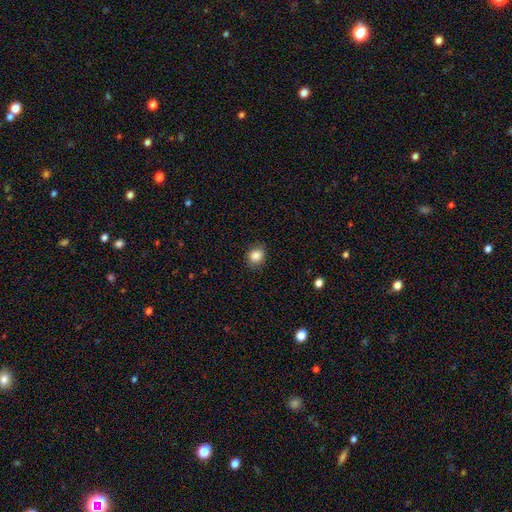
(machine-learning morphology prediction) A smooth galaxy with no disk features (85%) that is round (70%). Merging: none (85%).